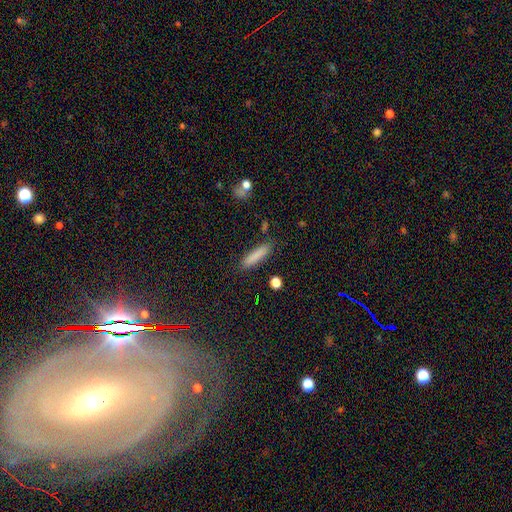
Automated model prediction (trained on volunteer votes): A smooth galaxy with no disk features (83%) that is cigar-shaped (83%). Merging: none (86%).